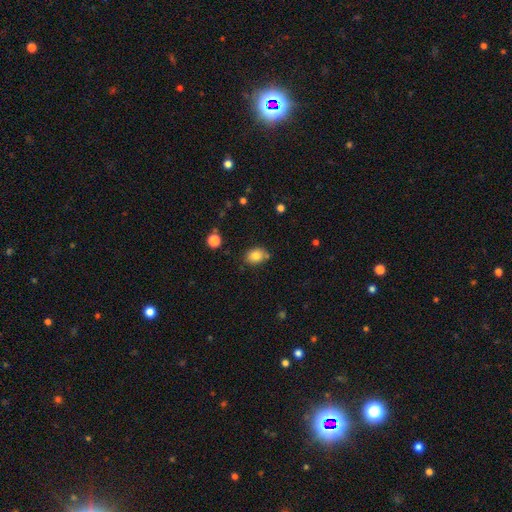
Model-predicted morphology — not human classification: Q: Smooth or featured?
A: smooth (82%); runner-up: star or artifact (10%)
Q: How rounded?
A: in between (61%); runner-up: round (38%)
Q: Merging?
A: none (74%); runner-up: minor disturbance (18%)